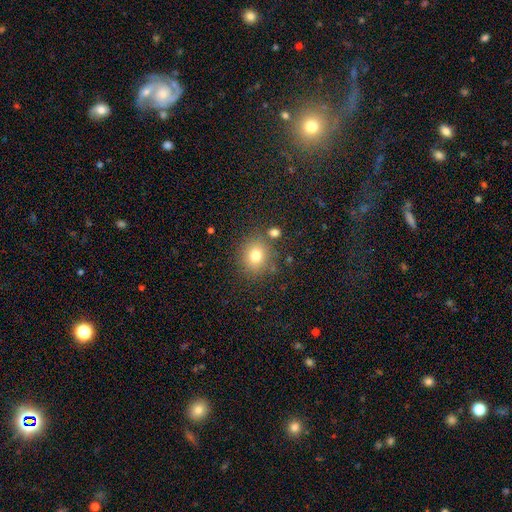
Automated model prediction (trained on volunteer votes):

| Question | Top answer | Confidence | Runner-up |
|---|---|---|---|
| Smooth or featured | smooth | 77% | star or artifact (13%) |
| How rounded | round | 79% | in between (20%) |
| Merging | none | 79% | minor disturbance (11%) |